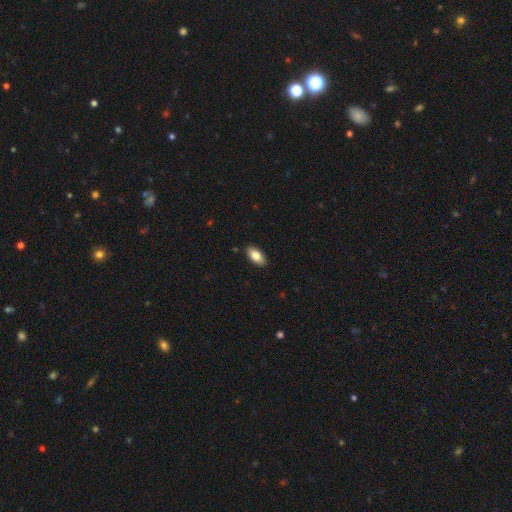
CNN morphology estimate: The model was most divided on "smooth or featured": smooth: 82%, featured or disk: 12%, star or artifact: 7%. More confident: how rounded — in between (92%); merging — none (90%).